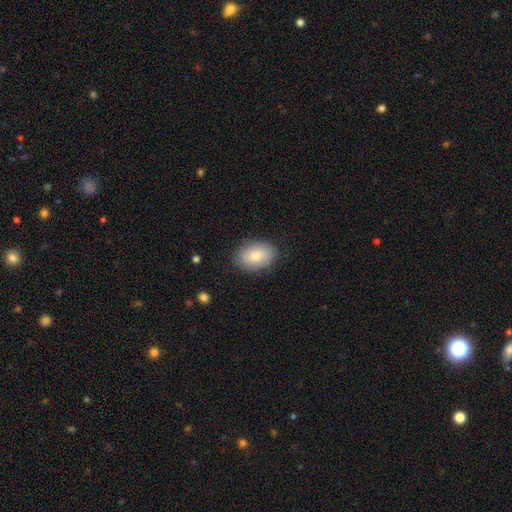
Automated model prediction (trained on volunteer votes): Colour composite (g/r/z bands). It shows a smooth galaxy with no disk features (78%) that is in between round and cigar-shaped (86%). Merging: none (83%).